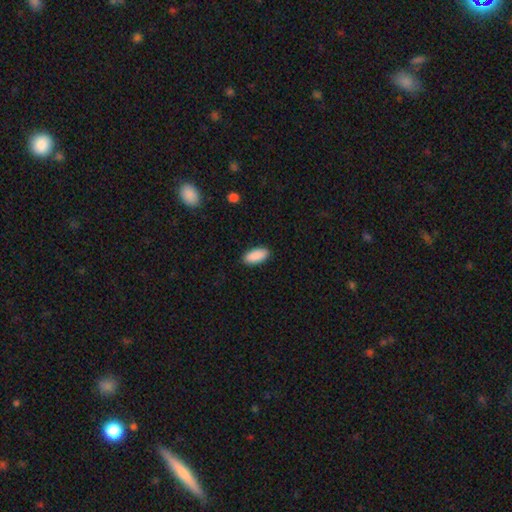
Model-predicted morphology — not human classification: Smooth or featured: smooth — 91% (star or artifact — 6%)
How rounded: in between — 91% (cigar-shaped — 7%)
Merging: none — 89% (minor disturbance — 8%)